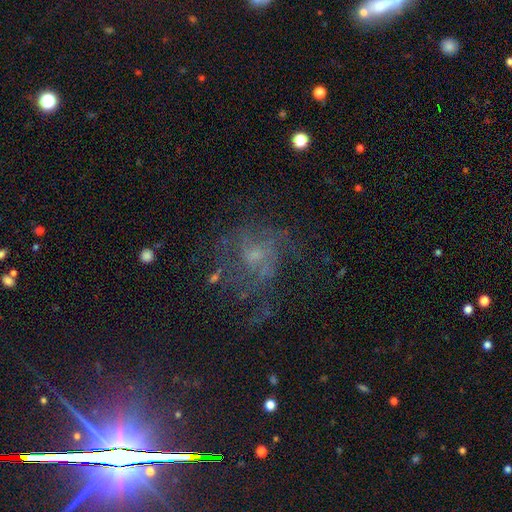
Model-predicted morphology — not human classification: Smooth or featured?
  - featured or disk: 57% *
  - smooth: 23%
  - star or artifact: 20%
Edge-on disk?
  - no: 97% *
  - yes: 3%
Bar?
  - no: 74% *
  - weak: 23%
  - strong: 3%
Spiral arms?
  - yes: 61% *
  - no: 39%
Bulge size?
  - small: 47% *
  - moderate: 30%
  - none: 19%
  - large: 3%
  - dominant: 1%
Merging?
  - none: 53% *
  - major disturbance: 27%
  - minor disturbance: 17%
  - merger: 3%